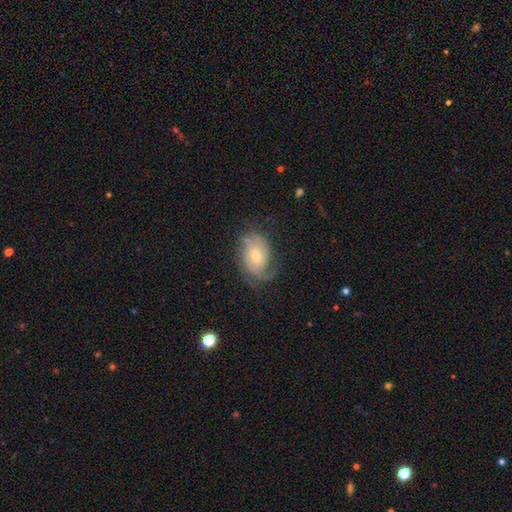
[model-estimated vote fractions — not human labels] This appears to be a featured or disk galaxy (76%) with no bar (70%), 2 (32%) tight (50%) spiral arms (92%) and a moderate central bulge (59%). Merging: none (63%).